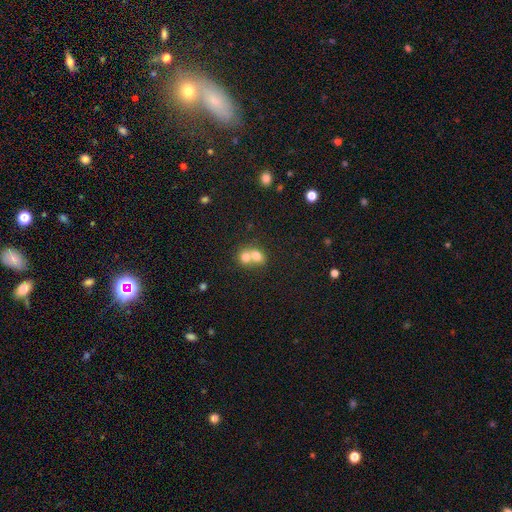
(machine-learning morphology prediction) Smooth or featured?
  - smooth: 72% *
  - featured or disk: 17%
  - star or artifact: 10%
How rounded?
  - round: 58% *
  - in between: 41%
  - cigar-shaped: 1%
Merging?
  - merger: 72% *
  - none: 22%
  - minor disturbance: 5%
  - major disturbance: 2%